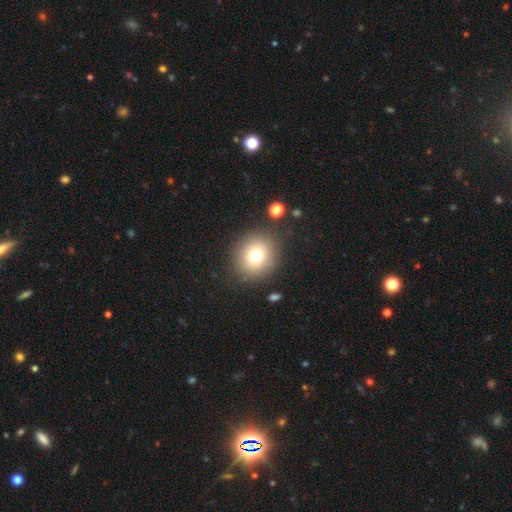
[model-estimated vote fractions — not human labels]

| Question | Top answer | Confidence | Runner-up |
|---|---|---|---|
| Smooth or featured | smooth | 76% | star or artifact (13%) |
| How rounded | round | 81% | in between (18%) |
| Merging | none | 86% | minor disturbance (8%) |